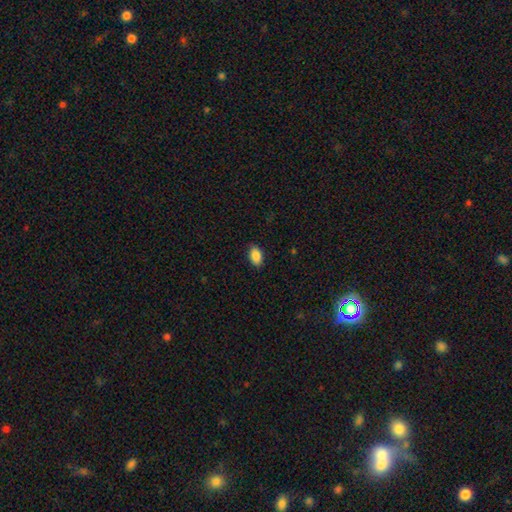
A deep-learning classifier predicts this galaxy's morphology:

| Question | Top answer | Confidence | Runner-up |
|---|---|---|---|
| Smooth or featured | smooth | 88% | star or artifact (7%) |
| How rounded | in between | 92% | round (6%) |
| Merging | none | 87% | minor disturbance (10%) |